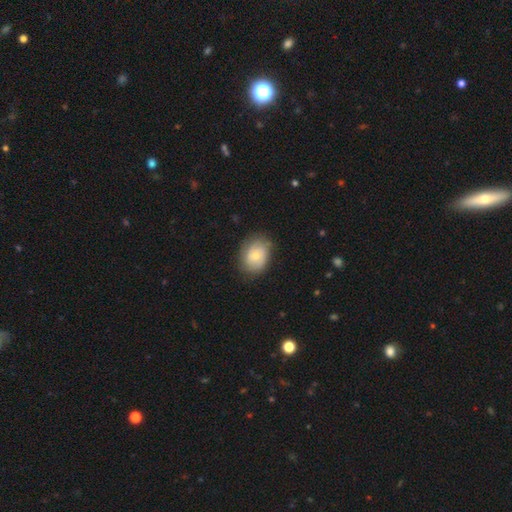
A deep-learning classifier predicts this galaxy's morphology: This is possibly a smooth galaxy (56%). How rounded: possibly in between (57%). Merging: likely none (72%).